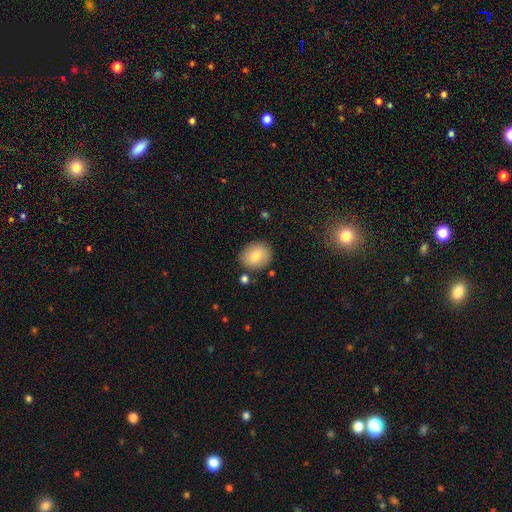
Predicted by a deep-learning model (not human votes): Smooth or featured? smooth (77%)
How rounded? round (61%)
Merging? none (84%)